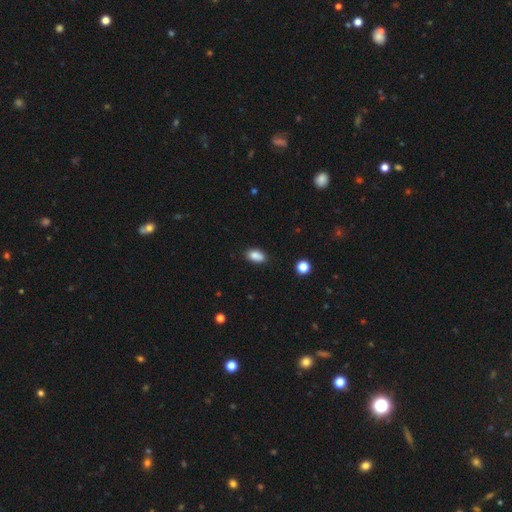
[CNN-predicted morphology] smooth-or-featured: smooth: 87% | star or artifact: 9% | featured or disk: 4%
  how-rounded: in between: 90% | round: 7% | cigar-shaped: 3%
  merging: none: 83% | minor disturbance: 13% | major disturbance: 2% | merger: 2%